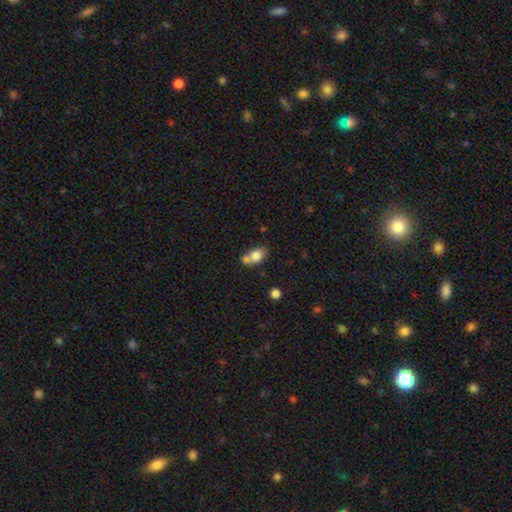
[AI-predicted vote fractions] A smooth galaxy with no disk features (76%) that is in between round and cigar-shaped (67%).

Vote fractions:
- Smooth or featured? smooth: 76% / featured or disk: 15% / star or artifact: 9%
- How rounded? in between: 67% / round: 32% / cigar-shaped: 2%
- Merging? merger: 45% / none: 35% / minor disturbance: 14% / major disturbance: 5%